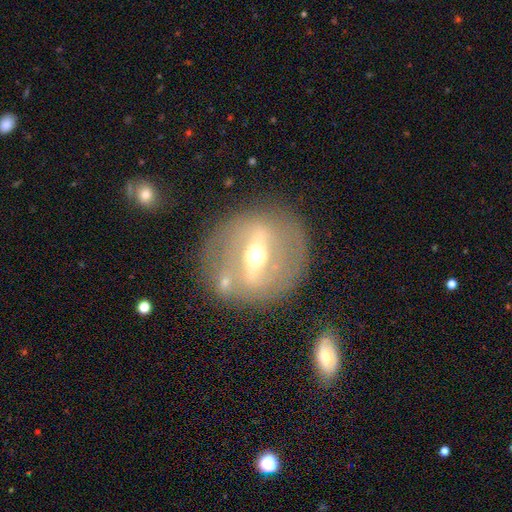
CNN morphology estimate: Q: Smooth or featured?
A: featured or disk (76%); runner-up: smooth (17%)
Q: Edge-on disk?
A: no (69%); runner-up: yes (31%)
Q: Bar?
A: strong (74%); runner-up: weak (18%)
Q: Spiral arms?
A: no (78%); runner-up: yes (22%)
Q: Bulge size?
A: moderate (73%); runner-up: large (13%)
Q: Merging?
A: none (78%); runner-up: minor disturbance (11%)